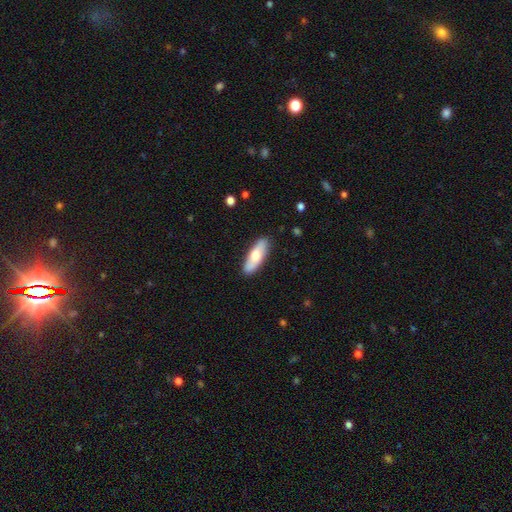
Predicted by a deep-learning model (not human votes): Smooth or featured?
  - smooth: 64% *
  - featured or disk: 31%
  - star or artifact: 5%
How rounded?
  - in between: 60% *
  - cigar-shaped: 38%
  - round: 2%
Merging?
  - none: 88% *
  - minor disturbance: 9%
  - major disturbance: 2%
  - merger: 1%